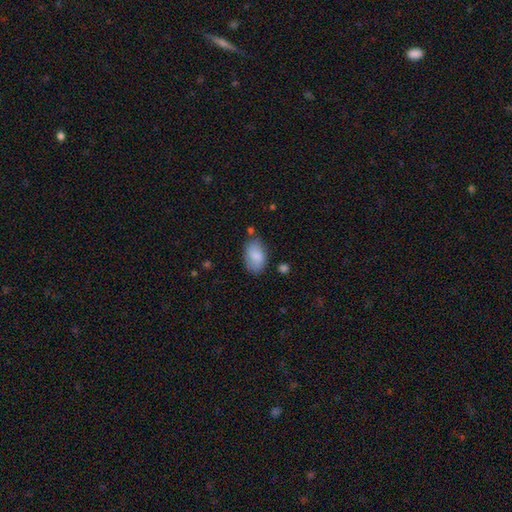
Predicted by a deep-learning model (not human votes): Smooth or featured: smooth — 84% (featured or disk — 9%)
How rounded: in between — 92% (round — 7%)
Merging: none — 70% (minor disturbance — 21%)